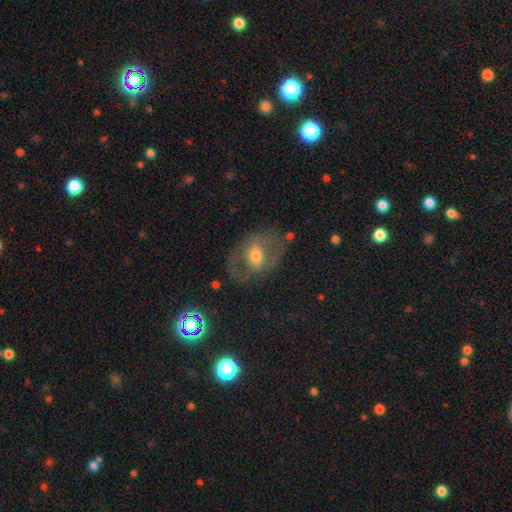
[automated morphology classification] Smooth or featured? Predicted: featured or disk (p=0.59). Edge-on disk? Predicted: no (p=0.94). Bar? Predicted: weak (p=0.40, tied with no). Spiral arms? Predicted: yes (p=0.59). Bulge size? Predicted: moderate (p=0.61). Merging? Predicted: none (p=0.72).